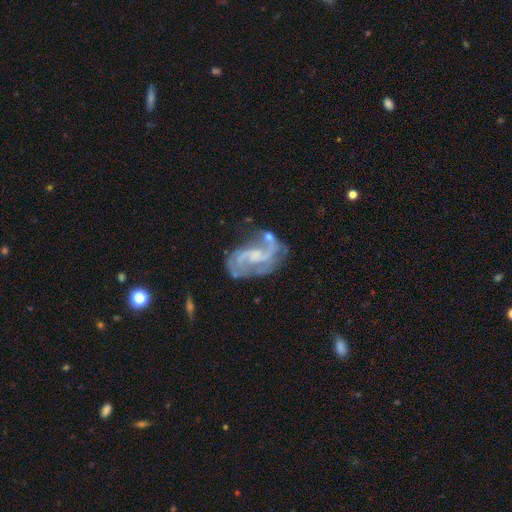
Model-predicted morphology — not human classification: smooth_or_featured: featured or disk (p=0.85) [alt: smooth p=0.08]
disk_edge_on: no (p=0.97) [alt: yes p=0.03]
bar: weak (p=0.47) [alt: no p=0.39]
has_spiral_arms: yes (p=0.93) [alt: no p=0.07]
spiral_winding: medium (p=0.47) [alt: loose p=0.35]
spiral_arm_count: 2 (p=0.75) [alt: can't tell p=0.09]
bulge_size: small (p=0.41) [alt: none p=0.28]
merging: none (p=0.47) [alt: minor disturbance p=0.21]